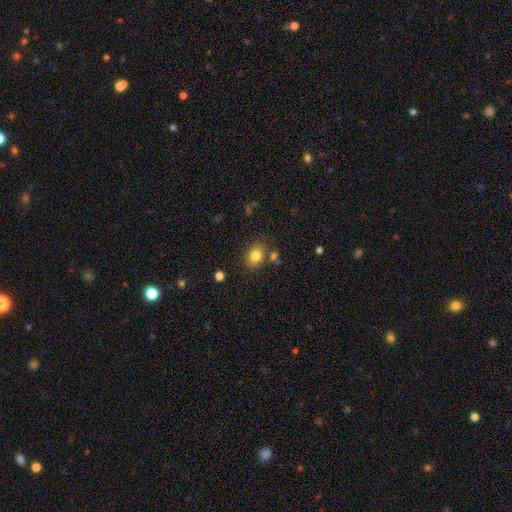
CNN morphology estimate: smooth 82%, star or artifact 10%, featured or disk 8%. Down the decision tree: how rounded — in between (58%); merging — none (77%).